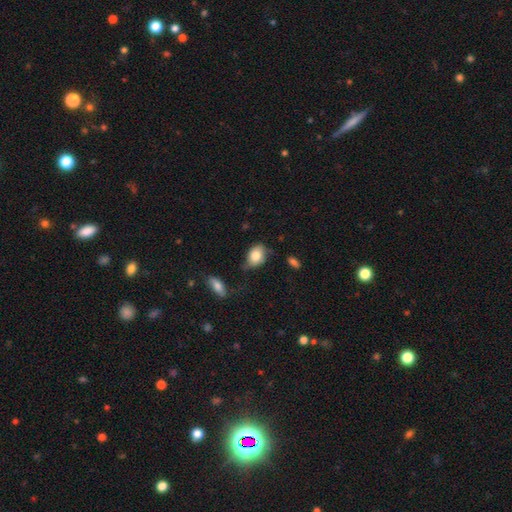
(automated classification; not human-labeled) A smooth galaxy with no disk features (80%) that is in between round and cigar-shaped (81%).

Vote fractions:
- Smooth or featured? smooth: 80% / featured or disk: 13% / star or artifact: 7%
- How rounded? in between: 81% / round: 18% / cigar-shaped: 1%
- Merging? none: 55% / minor disturbance: 32% / major disturbance: 9% / merger: 5%